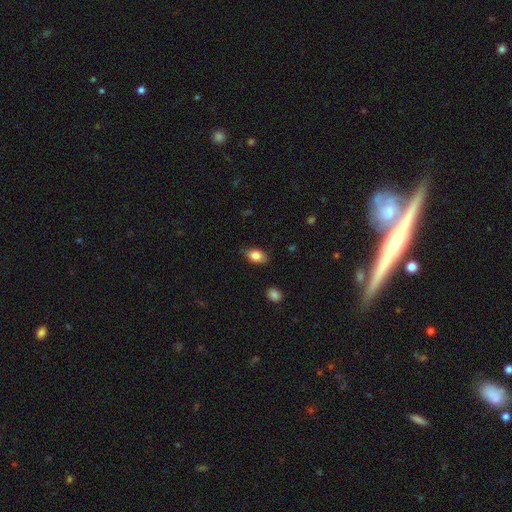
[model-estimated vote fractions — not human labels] Overall: smooth (83%). How rounded: in between (85%). Merging: none (80%).